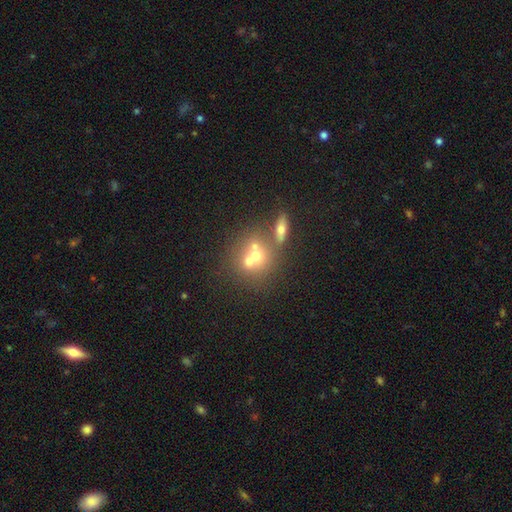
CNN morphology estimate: A smooth galaxy with no disk features (57%) that is round (77%).

Vote fractions:
- Smooth or featured? smooth: 57% / featured or disk: 29% / star or artifact: 15%
- How rounded? round: 77% / in between: 22% / cigar-shaped: 1%
- Merging? merger: 54% / none: 34% / minor disturbance: 7% / major disturbance: 4%